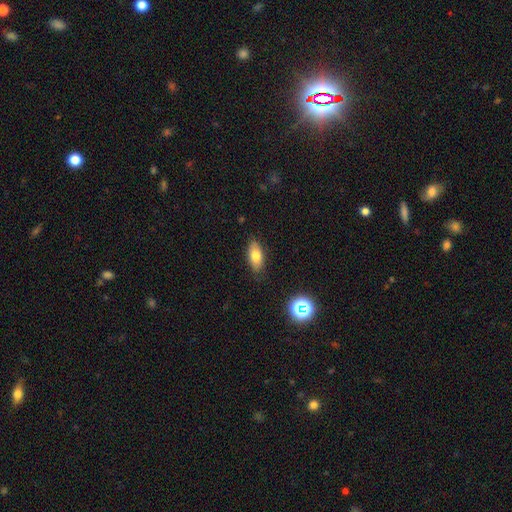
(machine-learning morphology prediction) A smooth galaxy with no disk features (76%) that is in between round and cigar-shaped (87%).

Vote fractions:
- Smooth or featured? smooth: 76% / featured or disk: 15% / star or artifact: 9%
- How rounded? in between: 87% / cigar-shaped: 8% / round: 4%
- Merging? none: 85% / minor disturbance: 11% / major disturbance: 2% / merger: 1%